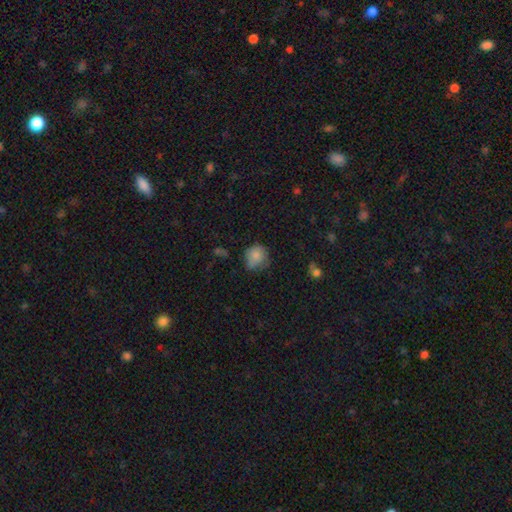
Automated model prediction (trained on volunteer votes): smooth 79%, featured or disk 11%, star or artifact 9%. Down the decision tree: how rounded — round (78%); merging — none (53%).